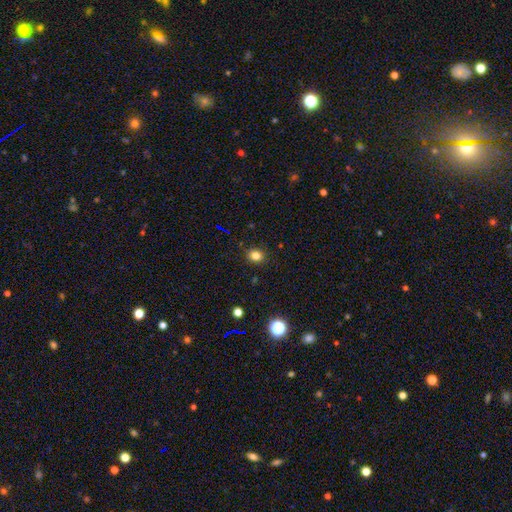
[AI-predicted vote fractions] Smooth or featured?
  - smooth: 81% *
  - star or artifact: 14%
  - featured or disk: 5%
How rounded?
  - round: 74% *
  - in between: 25%
  - cigar-shaped: 1%
Merging?
  - none: 90% *
  - minor disturbance: 7%
  - major disturbance: 2%
  - merger: 1%